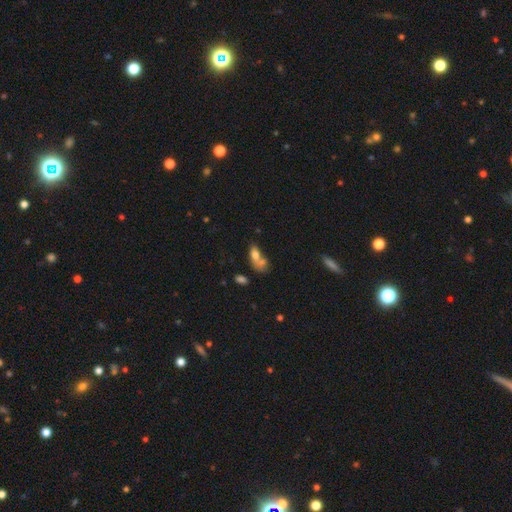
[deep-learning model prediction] A smooth galaxy with no disk features (72%) that is in between round and cigar-shaped (79%).

Vote fractions:
- Smooth or featured? smooth: 72% / featured or disk: 18% / star or artifact: 10%
- How rounded? in between: 79% / cigar-shaped: 13% / round: 8%
- Merging? merger: 50% / none: 29% / minor disturbance: 13% / major disturbance: 9%